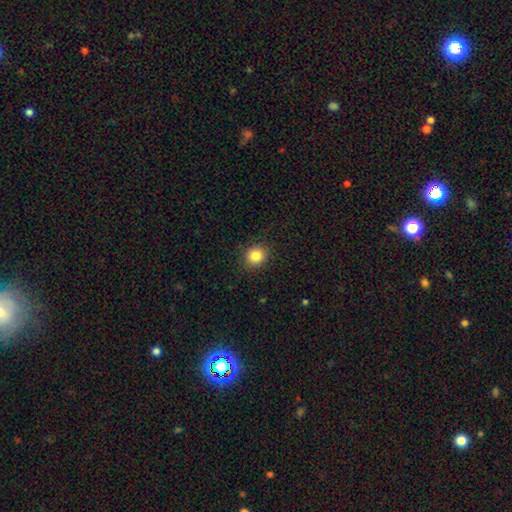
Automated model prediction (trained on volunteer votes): smooth-or-featured: smooth: 85% | star or artifact: 10% | featured or disk: 5%
  how-rounded: round: 87% | in between: 12% | cigar-shaped: 1%
  merging: none: 90% | minor disturbance: 7% | major disturbance: 2% | merger: 1%